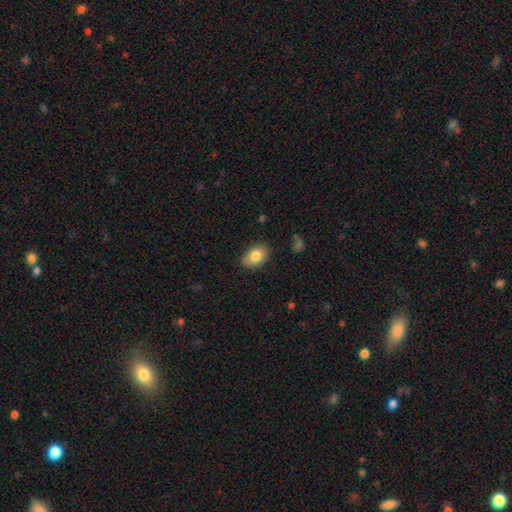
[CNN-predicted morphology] smooth_or_featured: smooth (p=0.83) [alt: featured or disk p=0.10]
how_rounded: in between (p=0.87) [alt: round p=0.12]
merging: none (p=0.84) [alt: minor disturbance p=0.13]